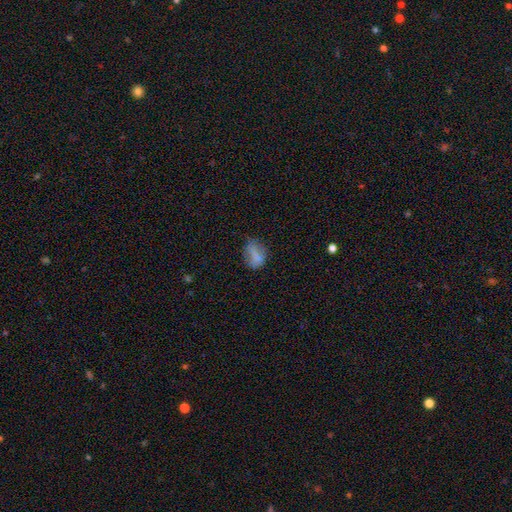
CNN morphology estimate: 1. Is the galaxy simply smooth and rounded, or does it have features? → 71% smooth, 18% featured or disk, 11% star or artifact.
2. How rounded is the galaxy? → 72% in between, 25% round, 3% cigar-shaped.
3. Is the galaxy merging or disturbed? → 55% none, 28% minor disturbance, 13% major disturbance, 4% merger.